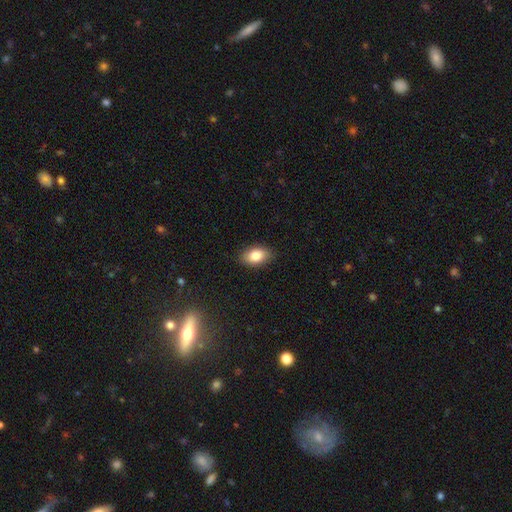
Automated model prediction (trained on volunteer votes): smooth 82%, featured or disk 10%, star or artifact 8%. Down the decision tree: how rounded — in between (90%); merging — none (88%).